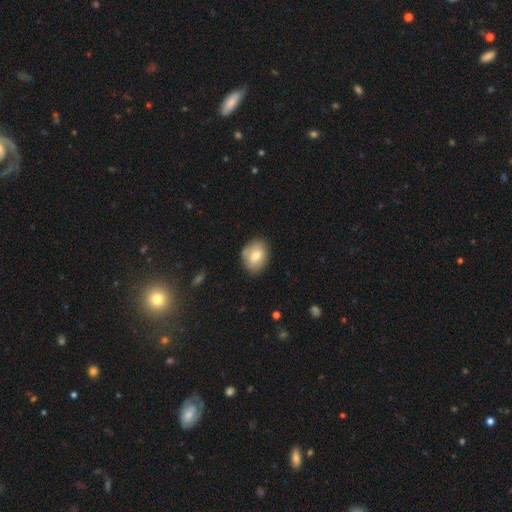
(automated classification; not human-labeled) smooth 72%, featured or disk 20%, star or artifact 8%. Down the decision tree: how rounded — in between (61%); merging — none (76%).